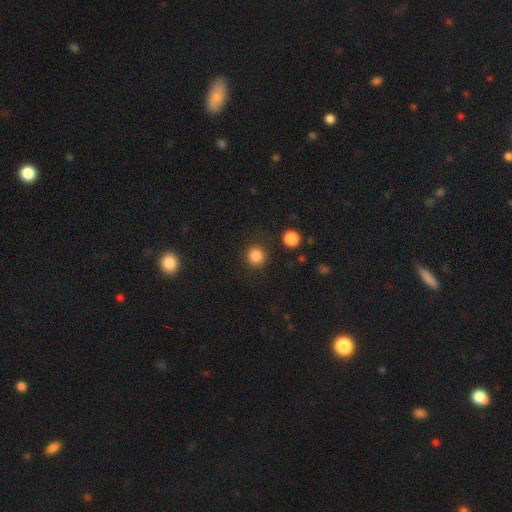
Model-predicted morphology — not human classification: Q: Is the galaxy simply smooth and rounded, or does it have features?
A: smooth — 85%.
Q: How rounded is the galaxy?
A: round — 92%.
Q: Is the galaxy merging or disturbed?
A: none — 88%.